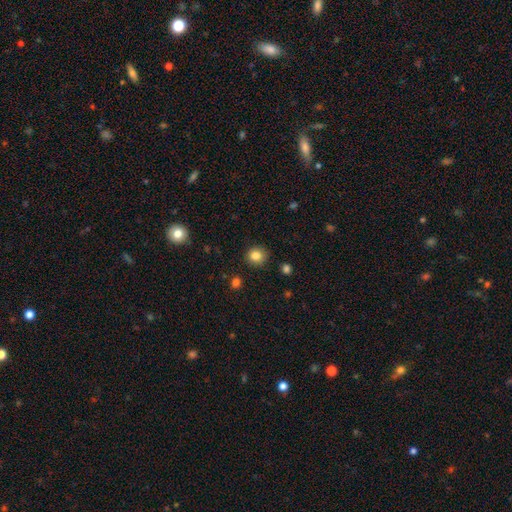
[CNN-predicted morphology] This is clearly a smooth galaxy (84%). How rounded: clearly round (86%). Merging: clearly none (88%).